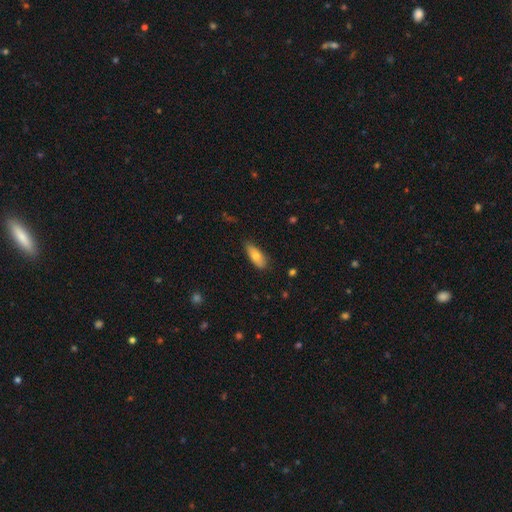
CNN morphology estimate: Q: Smooth or featured?
A: smooth (73%); runner-up: featured or disk (20%)
Q: How rounded?
A: in between (74%); runner-up: cigar-shaped (23%)
Q: Merging?
A: none (76%); runner-up: minor disturbance (20%)